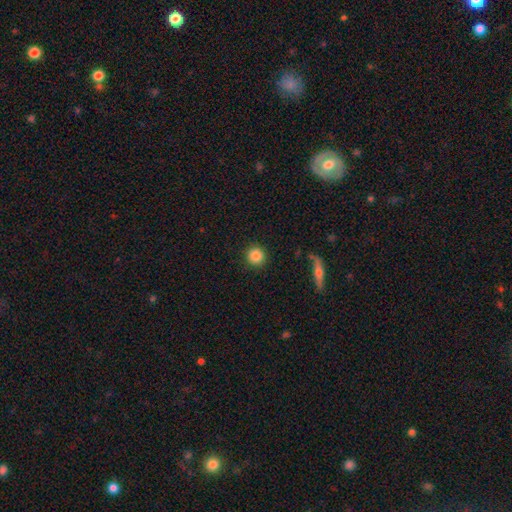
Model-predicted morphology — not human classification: A smooth galaxy with no disk features (86%) that is round (93%). Merging: none (90%).